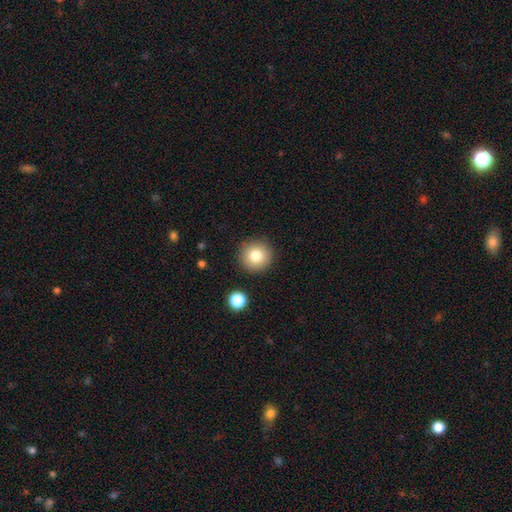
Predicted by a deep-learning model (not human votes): Q: Smooth or featured?
A: smooth (79%); runner-up: star or artifact (11%)
Q: How rounded?
A: round (95%); runner-up: in between (4%)
Q: Merging?
A: none (89%); runner-up: minor disturbance (6%)